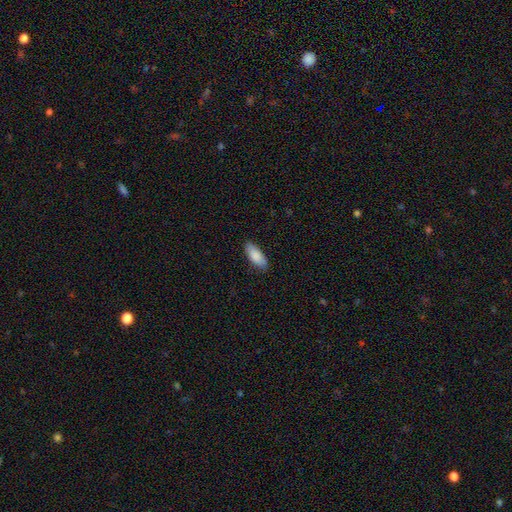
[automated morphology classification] Overall: smooth (86%). How rounded: in between (79%). Merging: none (85%).